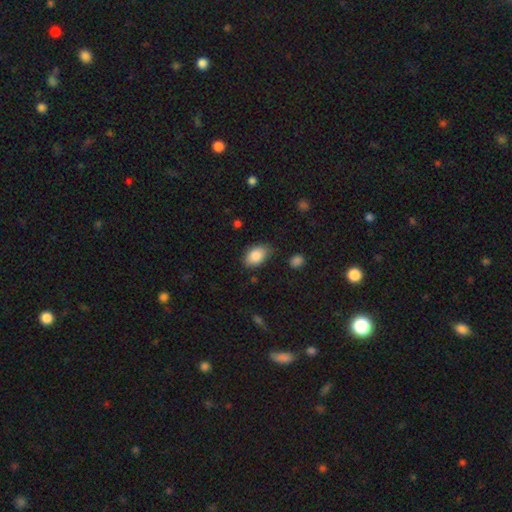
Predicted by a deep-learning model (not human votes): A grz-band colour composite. It shows a smooth galaxy with no disk features (86%) that is in between round and cigar-shaped (90%). Merging: none (76%).